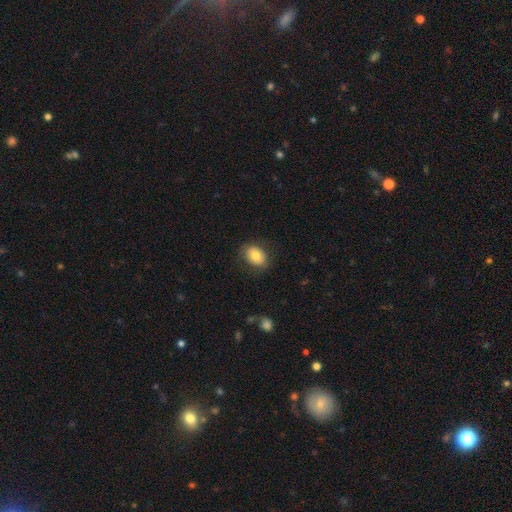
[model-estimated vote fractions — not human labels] A smooth galaxy with no disk features (76%) that is in between round and cigar-shaped (67%).

Vote fractions:
- Smooth or featured? smooth: 76% / featured or disk: 16% / star or artifact: 8%
- How rounded? in between: 67% / round: 32% / cigar-shaped: 1%
- Merging? none: 82% / minor disturbance: 13% / major disturbance: 5% / merger: 1%